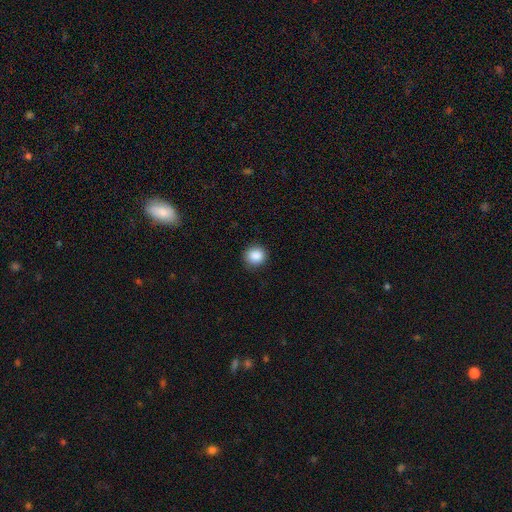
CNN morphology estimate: Smooth or featured? smooth (88%)
How rounded? round (87%)
Merging? none (89%)